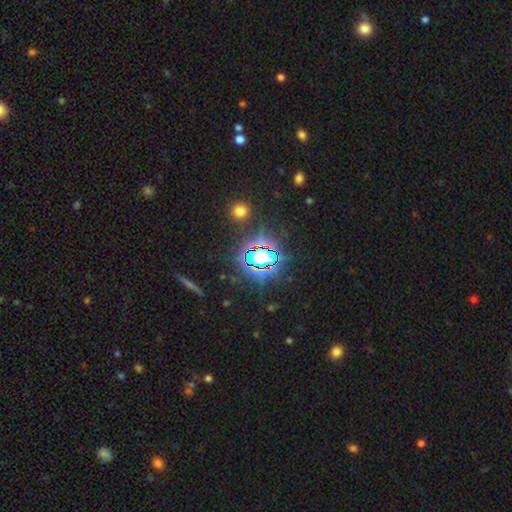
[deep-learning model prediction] Smooth or featured: star or artifact — 78% (smooth — 14%)